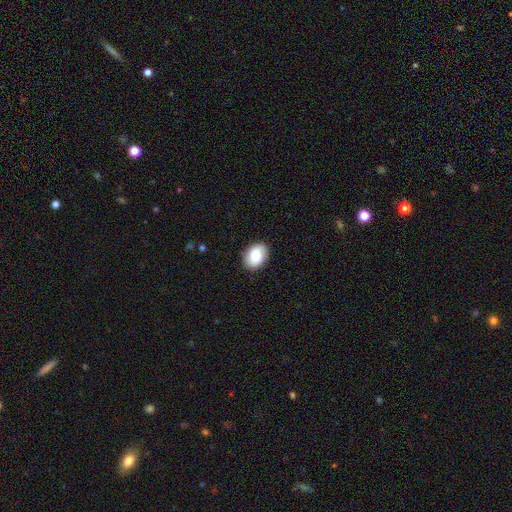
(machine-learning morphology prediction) Smooth or featured: smooth — 78% (featured or disk — 15%)
How rounded: in between — 77% (round — 22%)
Merging: none — 88% (minor disturbance — 9%)